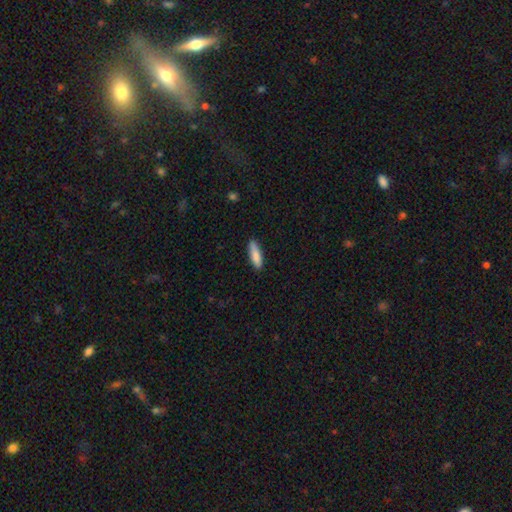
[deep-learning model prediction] smooth-or-featured: smooth: 86% | featured or disk: 8% | star or artifact: 6%
  how-rounded: cigar-shaped: 61% | in between: 38% | round: 2%
  merging: none: 84% | minor disturbance: 13% | major disturbance: 2% | merger: 1%